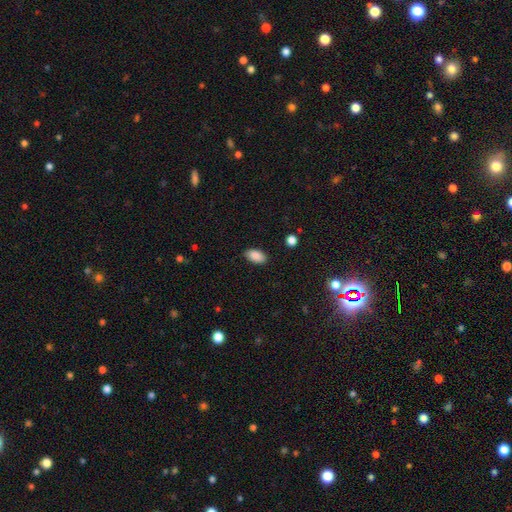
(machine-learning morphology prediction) smooth-or-featured: smooth: 89% | star or artifact: 7% | featured or disk: 3%
  how-rounded: in between: 94% | round: 4% | cigar-shaped: 2%
  merging: none: 87% | minor disturbance: 10% | major disturbance: 2% | merger: 1%